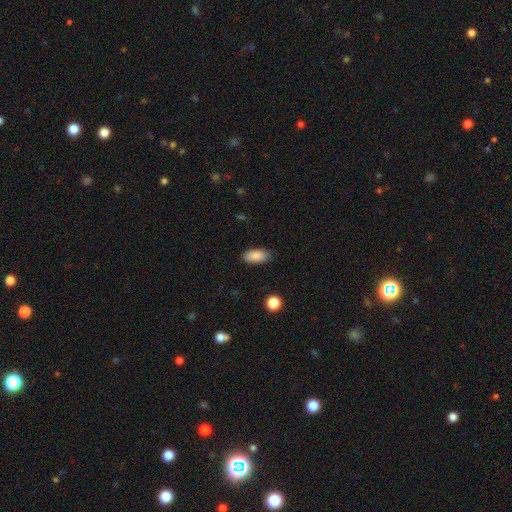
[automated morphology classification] Smooth or featured: smooth — 88% (star or artifact — 7%)
How rounded: in between — 91% (cigar-shaped — 6%)
Merging: none — 86% (minor disturbance — 10%)